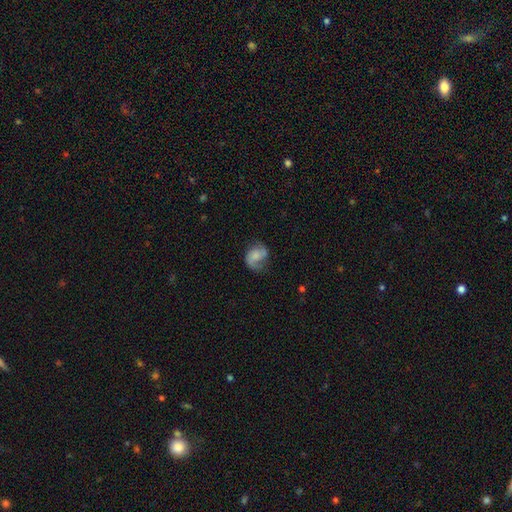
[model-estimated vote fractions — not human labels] A featured or disk galaxy (62%) with no bar (64%), 2 (79%) medium (43%) spiral arms (91%) and a small central bulge (33%, tied with none).

Vote fractions:
- Smooth or featured? featured or disk: 62% / smooth: 30% / star or artifact: 8%
- Edge-on disk? no: 98% / yes: 2%
- Bar? no: 64% / weak: 30% / strong: 6%
- Spiral arms? yes: 91% / no: 9%
- Spiral winding? medium: 43% / loose: 41% / tight: 16%
- Spiral arm count? 2: 79% / 1: 12% / can't tell: 6% / 3: 1% / 4: 1% / more than 4: 1%
- Bulge size? small: 33% (tied) / none: 33% (tied) / moderate: 24% / large: 8% / dominant: 2%
- Merging? none: 58% / minor disturbance: 25% / major disturbance: 16% / merger: 2%